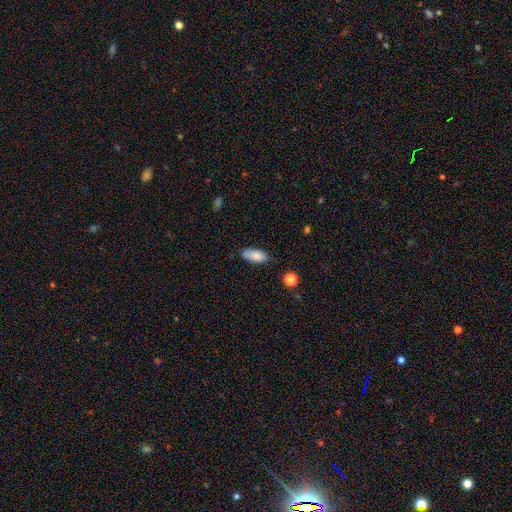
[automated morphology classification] A smooth galaxy with no disk features (83%) that is in between round and cigar-shaped (84%).

Vote fractions:
- Smooth or featured? smooth: 83% / featured or disk: 9% / star or artifact: 7%
- How rounded? in between: 84% / cigar-shaped: 14% / round: 2%
- Merging? none: 75% / minor disturbance: 20% / major disturbance: 3% / merger: 2%